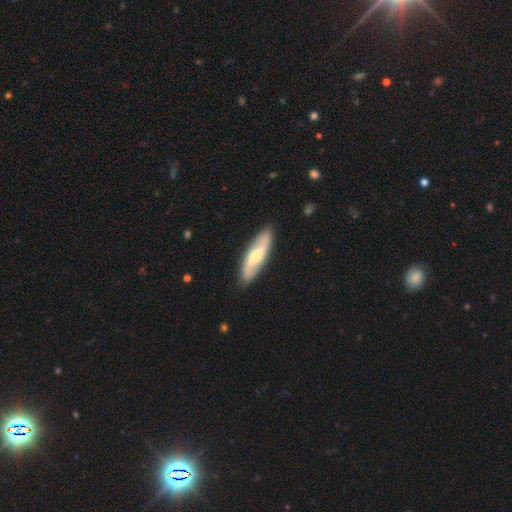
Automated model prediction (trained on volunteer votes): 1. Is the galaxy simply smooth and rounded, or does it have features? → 65% featured or disk, 31% smooth, 5% star or artifact.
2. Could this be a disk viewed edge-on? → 80% no, 20% yes.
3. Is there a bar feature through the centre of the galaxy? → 44% weak, 36% no, 20% strong.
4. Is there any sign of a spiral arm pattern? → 88% yes, 12% no.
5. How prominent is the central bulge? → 54% moderate, 37% small, 5% large, 3% none, 1% dominant.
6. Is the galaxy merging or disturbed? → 87% none, 9% minor disturbance, 2% major disturbance, 1% merger.